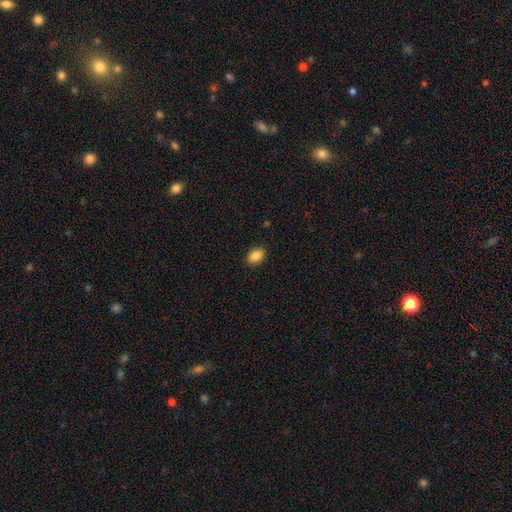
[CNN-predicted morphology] This appears to be a smooth galaxy with no disk features (88%) that is in between round and cigar-shaped (81%). Merging: none (88%).